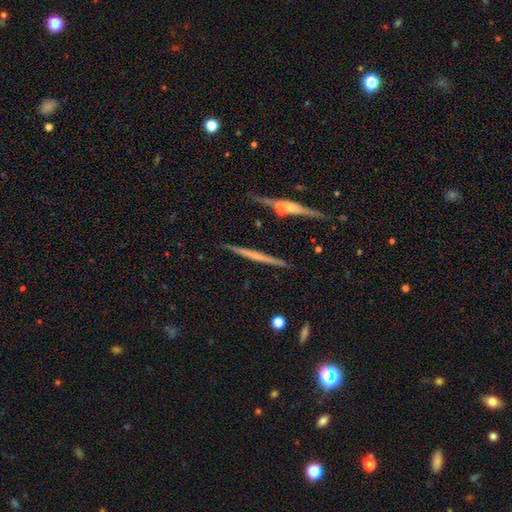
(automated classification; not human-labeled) This is likely a featured or disk galaxy (67%). It is clearly viewed edge-on (97%). Edge-on bulge: likely none (61%). Merging: clearly none (88%).